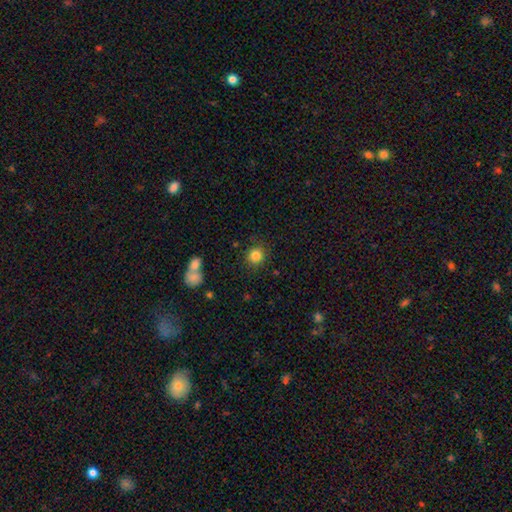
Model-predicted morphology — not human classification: type=smooth (85%); roundness=round (89%); merging=none (86%).